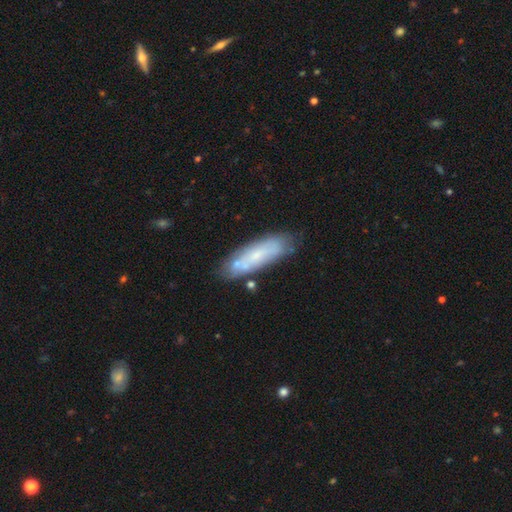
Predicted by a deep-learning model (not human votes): Q: Smooth or featured?
A: smooth (51%); runner-up: featured or disk (41%)
Q: How rounded?
A: cigar-shaped (54%); runner-up: in between (44%)
Q: Merging?
A: none (71%); runner-up: minor disturbance (18%)